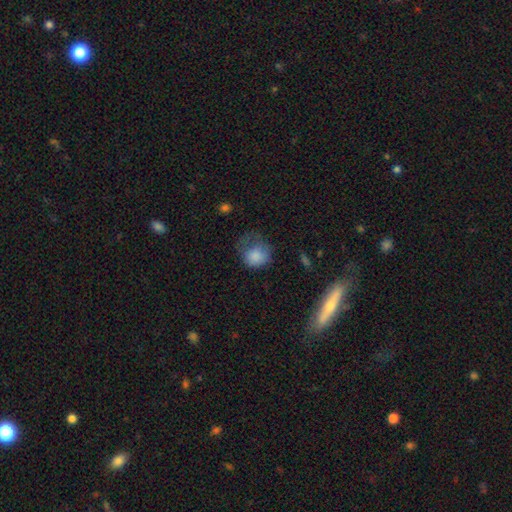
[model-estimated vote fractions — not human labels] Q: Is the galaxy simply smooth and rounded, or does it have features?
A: smooth — 79%.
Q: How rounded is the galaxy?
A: round — 68%.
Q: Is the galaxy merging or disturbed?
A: major disturbance — 38%.